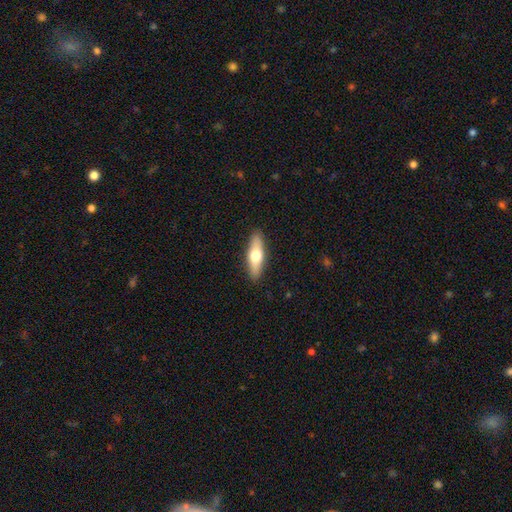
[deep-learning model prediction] This appears to be a smooth galaxy with no disk features (57%) that is cigar-shaped (54%). Merging: none (90%).